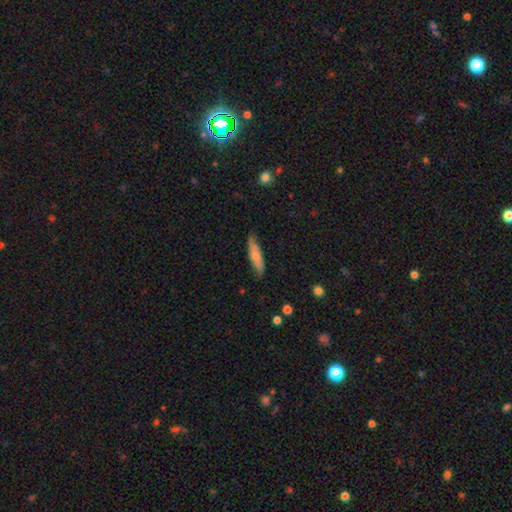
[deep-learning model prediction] The model was most divided on "smooth or featured": smooth: 72%, featured or disk: 23%, star or artifact: 6%. More confident: merging — none (79%); how rounded — cigar-shaped (75%).